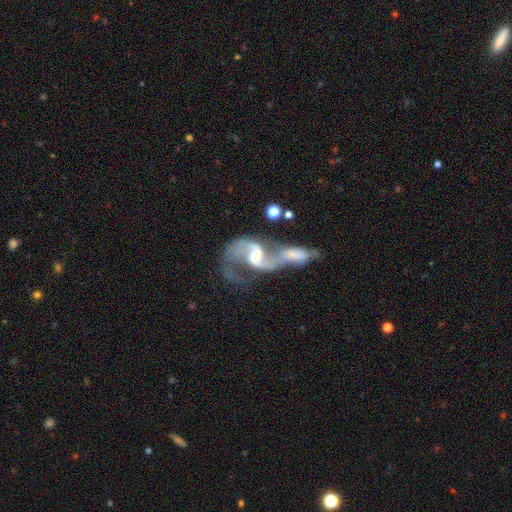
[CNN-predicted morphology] smooth_or_featured: featured or disk (p=0.88) [alt: smooth p=0.07]
disk_edge_on: no (p=0.97) [alt: yes p=0.03]
bar: weak (p=0.46) [alt: no p=0.34]
has_spiral_arms: yes (p=0.95) [alt: no p=0.05]
spiral_winding: loose (p=0.62) [alt: medium p=0.32]
spiral_arm_count: 2 (p=0.88) [alt: 1 p=0.05]
bulge_size: moderate (p=0.44) [alt: small p=0.42]
merging: merger (p=0.64) [alt: none p=0.17]